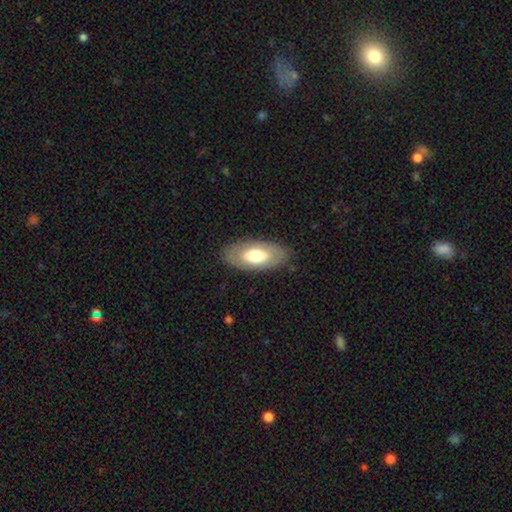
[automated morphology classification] A smooth galaxy with no disk features (60%) that is in between round and cigar-shaped (92%). Merging: none (85%).